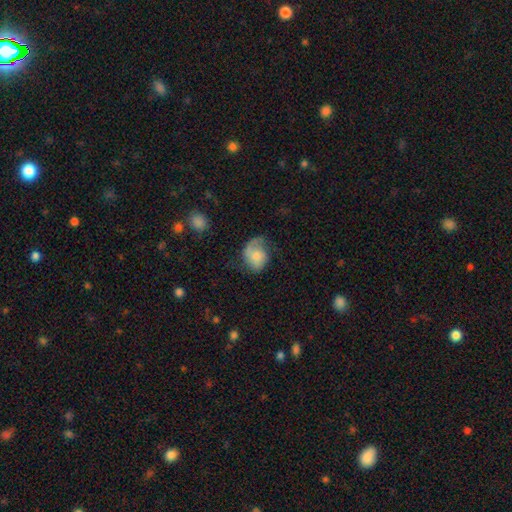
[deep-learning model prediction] smooth-or-featured: smooth: 51% | featured or disk: 42% | star or artifact: 8%
  how-rounded: in between: 58% | round: 41% | cigar-shaped: 1%
  merging: none: 38% | major disturbance: 31% | minor disturbance: 29% | merger: 3%